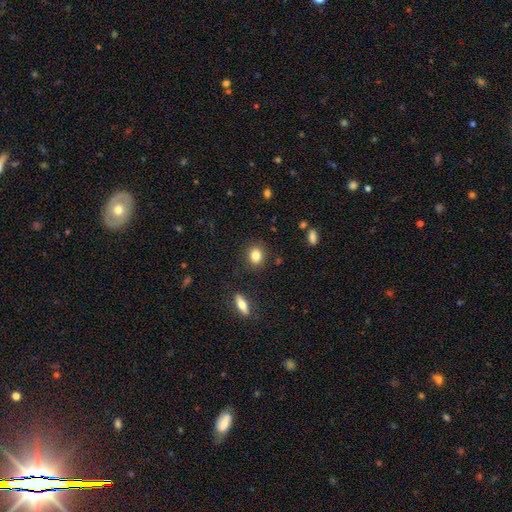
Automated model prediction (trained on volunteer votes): Smooth or featured: smooth — 83% (star or artifact — 9%)
How rounded: round — 70% (in between — 29%)
Merging: none — 87% (minor disturbance — 8%)